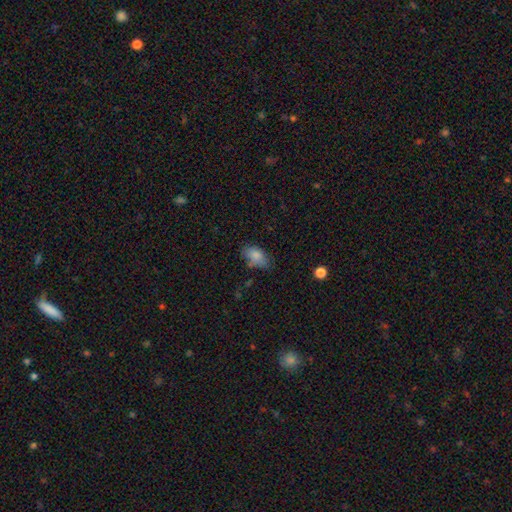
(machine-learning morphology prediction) A smooth galaxy with no disk features (83%) that is in between round and cigar-shaped (90%).

Vote fractions:
- Smooth or featured? smooth: 83% / featured or disk: 9% / star or artifact: 8%
- How rounded? in between: 90% / round: 8% / cigar-shaped: 2%
- Merging? none: 61% / minor disturbance: 28% / major disturbance: 7% / merger: 4%